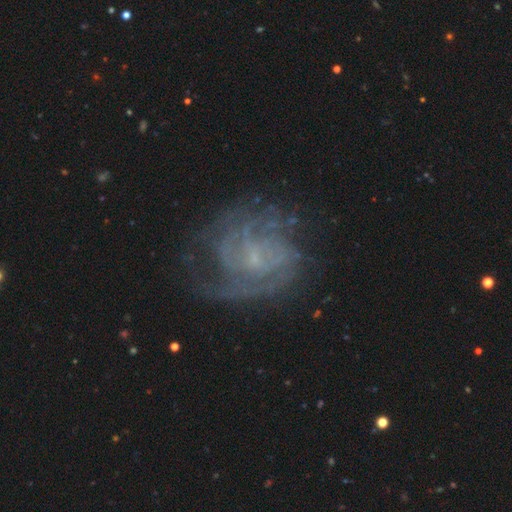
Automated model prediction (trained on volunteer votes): smooth-or-featured: featured or disk: 79% | smooth: 11% | star or artifact: 11%
  disk-edge-on: no: 98% | yes: 2%
    bar: no: 61% | weak: 33% | strong: 6%
    has-spiral-arms: yes: 87% | no: 13%
      spiral-winding: tight: 50% | medium: 36% | loose: 14%
      spiral-arm-count: can't tell: 42% | 2: 22% | 3: 15% | 4: 8% | 1: 7% | more than 4: 6%
    bulge-size: small: 64% | none: 24% | moderate: 10% | large: 1% | dominant: 1%
  merging: none: 65% | minor disturbance: 18% | major disturbance: 15% | merger: 2%